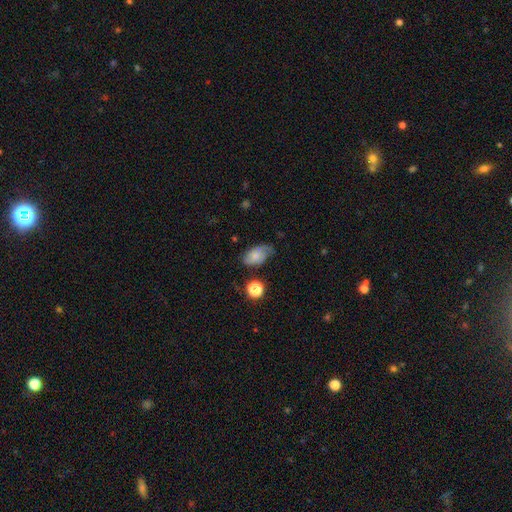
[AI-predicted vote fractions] smooth-or-featured: smooth: 51% | featured or disk: 39% | star or artifact: 10%
  how-rounded: in between: 87% | round: 11% | cigar-shaped: 2%
  merging: none: 56% | minor disturbance: 30% | major disturbance: 11% | merger: 3%